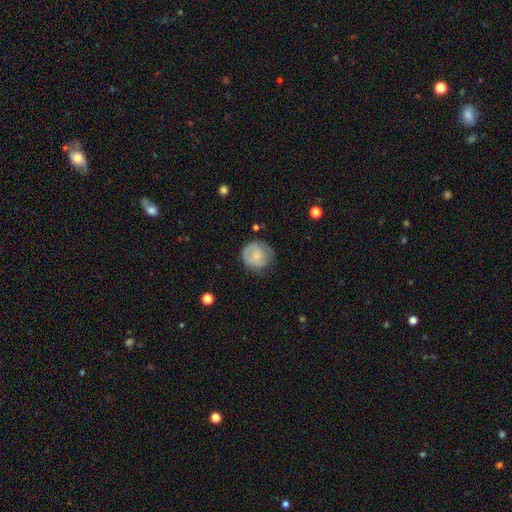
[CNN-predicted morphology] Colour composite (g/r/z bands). It shows a smooth galaxy with no disk features (70%) that is round (90%). Merging: none (64%).